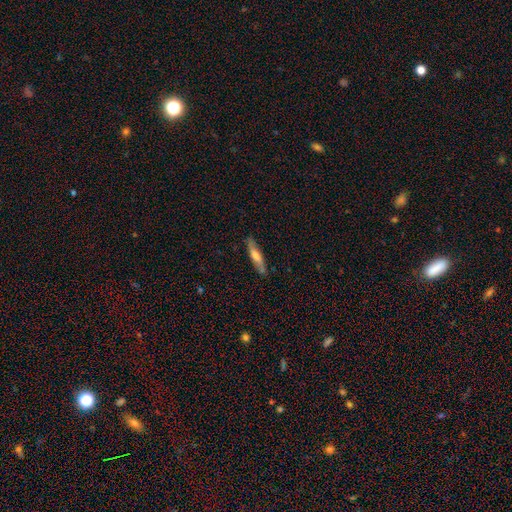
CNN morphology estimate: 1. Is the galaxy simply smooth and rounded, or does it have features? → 60% smooth, 34% featured or disk, 6% star or artifact.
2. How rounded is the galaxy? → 84% cigar-shaped, 14% in between, 1% round.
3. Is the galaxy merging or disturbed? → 84% none, 12% minor disturbance, 3% major disturbance, 2% merger.